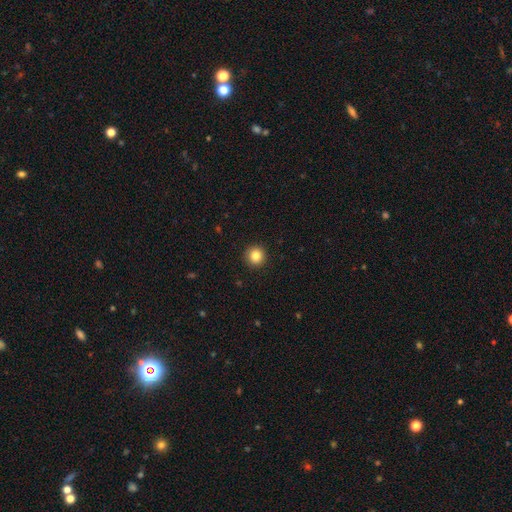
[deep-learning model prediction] This appears to be a smooth galaxy with no disk features (84%) that is round (95%). Merging: none (93%).